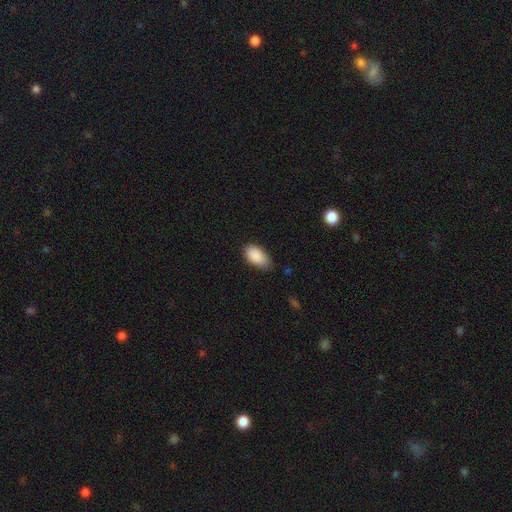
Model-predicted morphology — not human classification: Smooth or featured? Predicted: smooth (p=0.89). How rounded? Predicted: in between (p=0.94). Merging? Predicted: none (p=0.71).